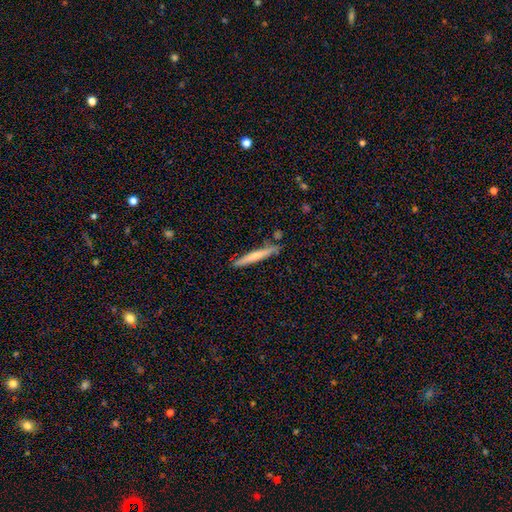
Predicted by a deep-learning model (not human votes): A smooth galaxy with no disk features (63%) that is cigar-shaped (95%). Merging: none (82%).